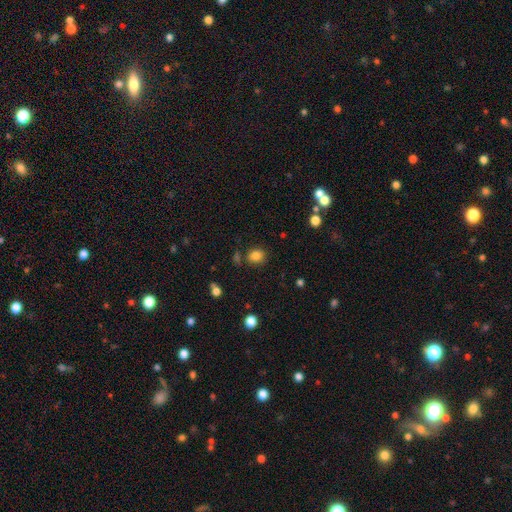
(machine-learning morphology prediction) This is clearly a smooth galaxy (83%). How rounded: likely round (63%). Merging: likely none (78%).